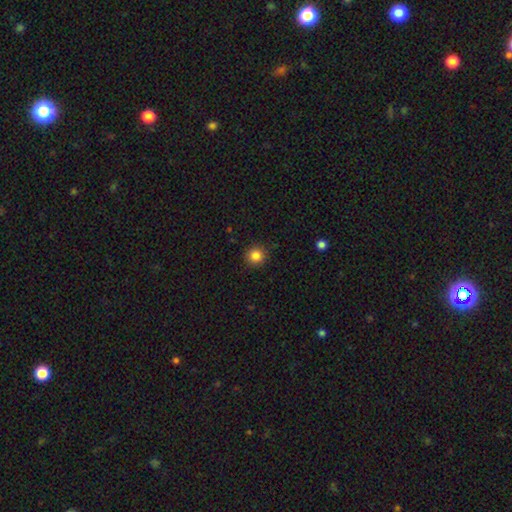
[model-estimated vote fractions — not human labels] Q: Smooth or featured?
A: smooth (85%); runner-up: star or artifact (11%)
Q: How rounded?
A: round (93%); runner-up: in between (6%)
Q: Merging?
A: none (90%); runner-up: minor disturbance (6%)